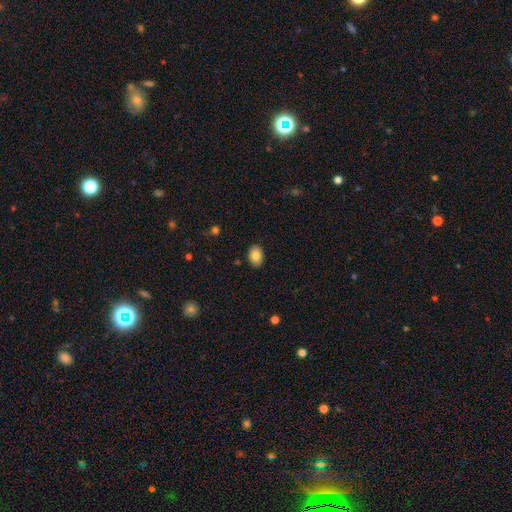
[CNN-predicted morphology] smooth 82%, featured or disk 10%, star or artifact 8%. Down the decision tree: how rounded — in between (80%); merging — none (88%).